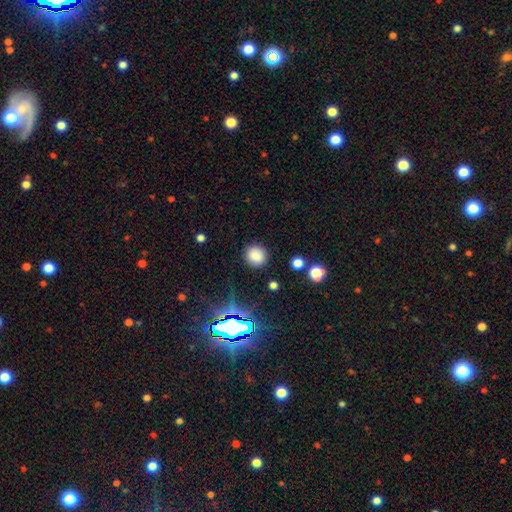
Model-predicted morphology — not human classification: Overall: smooth (80%). How rounded: round (86%). Merging: none (88%).